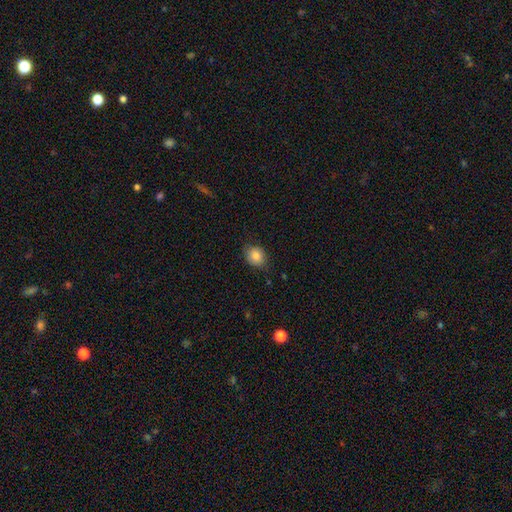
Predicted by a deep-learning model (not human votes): Overall: smooth (85%). How rounded: round (55%; in between 45%). Merging: none (79%).